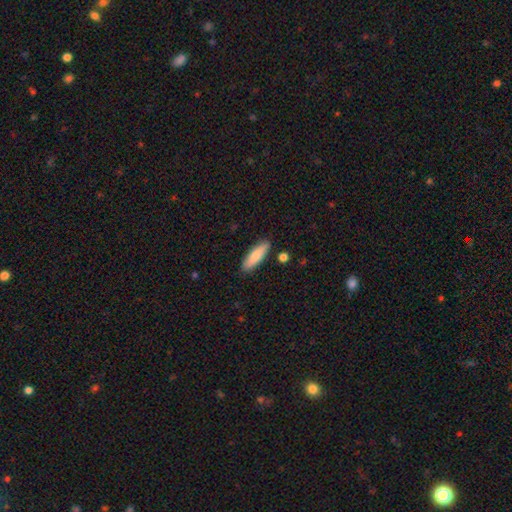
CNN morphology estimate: smooth_or_featured: smooth (p=0.80) [alt: featured or disk p=0.15]
how_rounded: cigar-shaped (p=0.53) [alt: in between p=0.45]
merging: none (p=0.86) [alt: minor disturbance p=0.10]